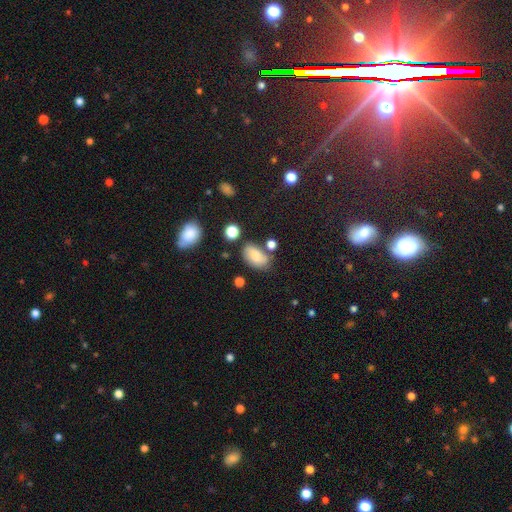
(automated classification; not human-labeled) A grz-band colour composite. It shows a smooth galaxy with no disk features (69%) that is in between round and cigar-shaped (88%). Merging: none (64%).